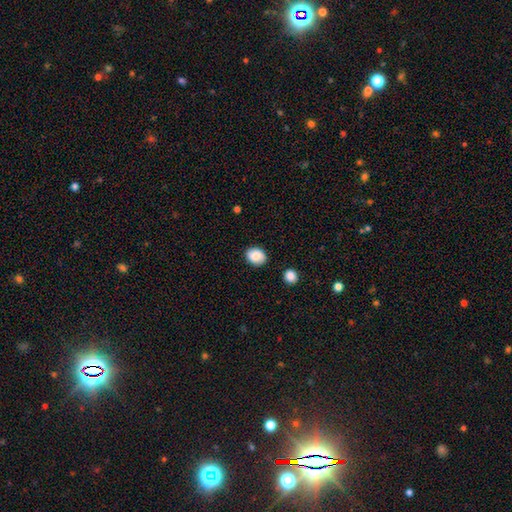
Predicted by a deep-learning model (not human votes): smooth 79%, featured or disk 12%, star or artifact 9%. Down the decision tree: how rounded — in between (53%); merging — none (82%).